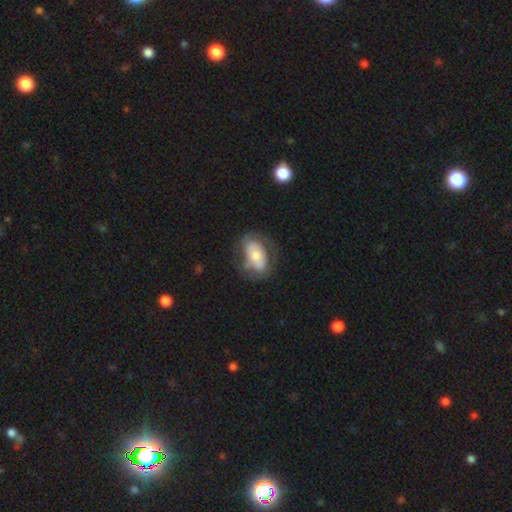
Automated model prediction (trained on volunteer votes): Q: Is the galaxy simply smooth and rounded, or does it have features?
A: smooth — 53%.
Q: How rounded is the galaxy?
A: in between — 89%.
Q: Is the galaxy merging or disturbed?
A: none — 61%.